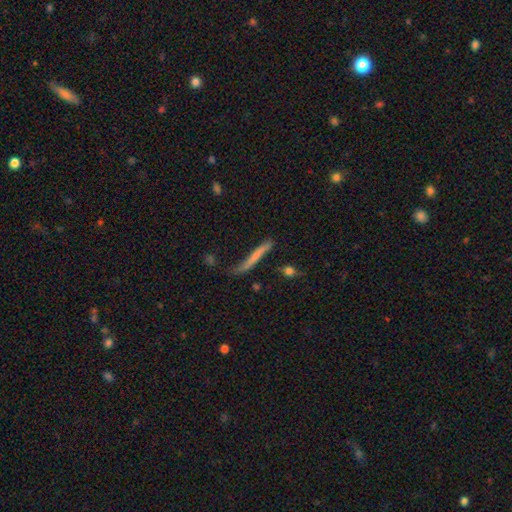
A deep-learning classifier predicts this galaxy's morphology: A smooth galaxy with no disk features (58%) that is cigar-shaped (94%). Merging: none (54%).